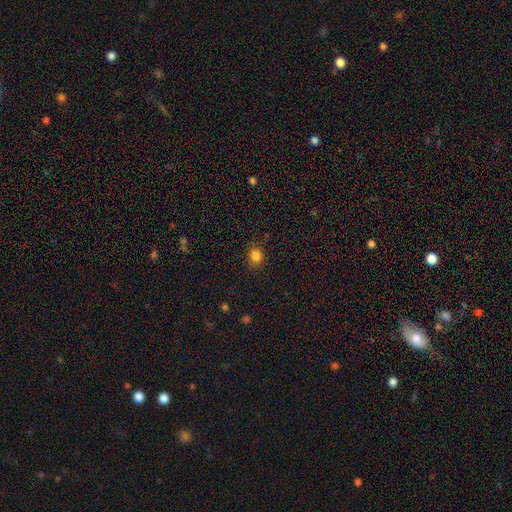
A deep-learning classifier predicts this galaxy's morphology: A smooth galaxy with no disk features (83%) that is round (73%).

Vote fractions:
- Smooth or featured? smooth: 83% / star or artifact: 13% / featured or disk: 5%
- How rounded? round: 73% / in between: 26% / cigar-shaped: 1%
- Merging? none: 85% / minor disturbance: 11% / major disturbance: 3% / merger: 1%